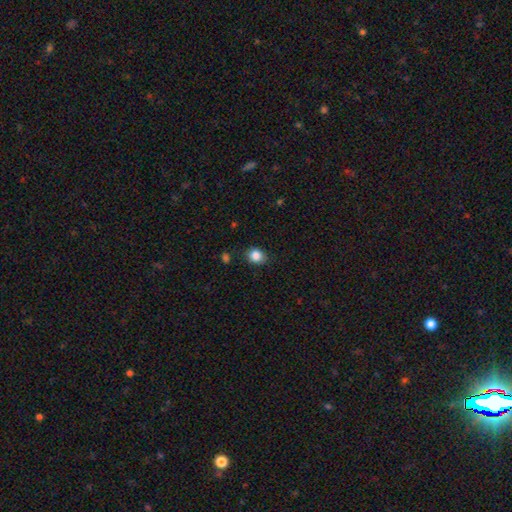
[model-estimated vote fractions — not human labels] smooth-or-featured: smooth: 86% | star or artifact: 10% | featured or disk: 5%
  how-rounded: round: 63% | in between: 36% | cigar-shaped: 1%
  merging: none: 85% | minor disturbance: 10% | major disturbance: 3% | merger: 2%